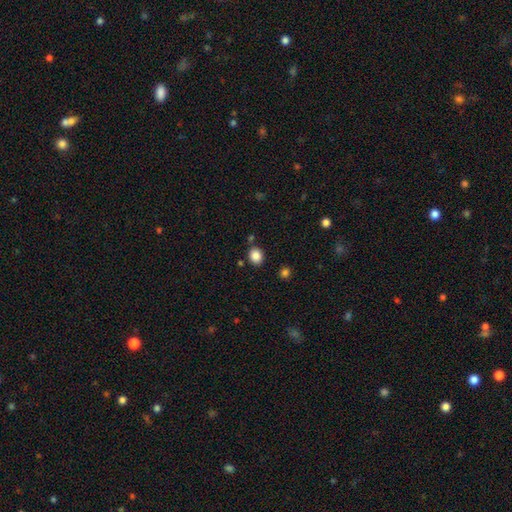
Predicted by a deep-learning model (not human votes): Q: Smooth or featured?
A: smooth (86%); runner-up: star or artifact (10%)
Q: How rounded?
A: round (56%); runner-up: in between (43%)
Q: Merging?
A: none (82%); runner-up: minor disturbance (10%)